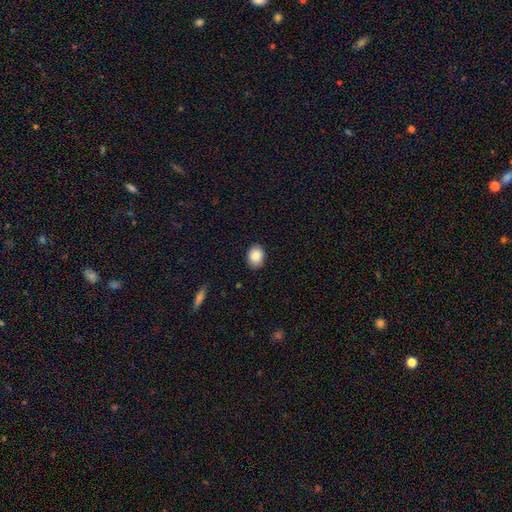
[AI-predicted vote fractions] Morphology: type=smooth (87%); roundness=in between (58%); merging=none (86%).